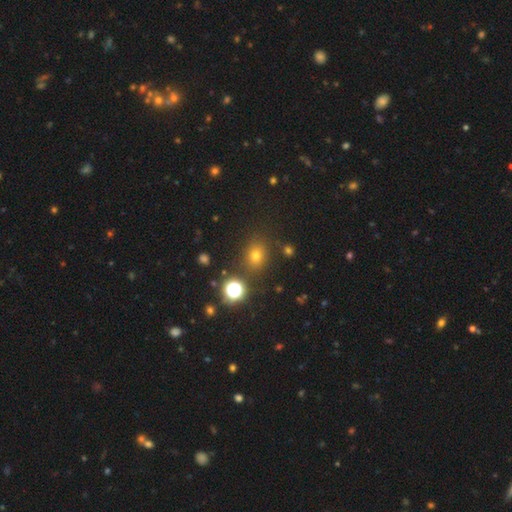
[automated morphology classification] smooth_or_featured: smooth (p=0.66) [alt: star or artifact p=0.26]
how_rounded: round (p=0.69) [alt: in between p=0.30]
merging: none (p=0.83) [alt: minor disturbance p=0.09]